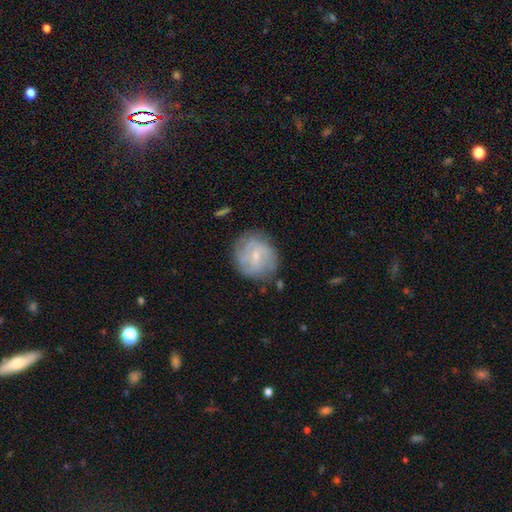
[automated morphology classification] Smooth or featured? featured or disk (69%)
Edge-on disk? no (97%)
Bar? weak (57%)
Spiral arms? yes (86%)
Spiral winding? tight (55%)
Spiral arm count? can't tell (40%)
Bulge size? small (71%)
Merging? none (75%)